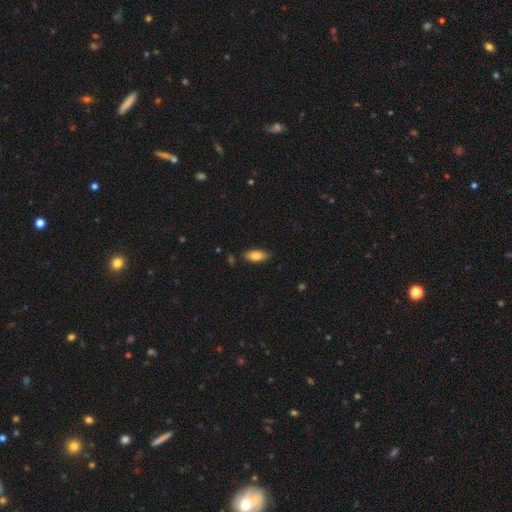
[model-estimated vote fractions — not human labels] A smooth galaxy with no disk features (82%) that is in between round and cigar-shaped (84%).

Vote fractions:
- Smooth or featured? smooth: 82% / featured or disk: 11% / star or artifact: 7%
- How rounded? in between: 84% / cigar-shaped: 14% / round: 2%
- Merging? none: 82% / minor disturbance: 14% / major disturbance: 2% / merger: 2%